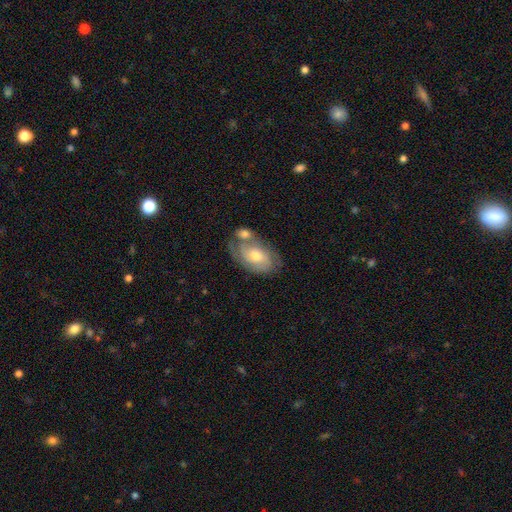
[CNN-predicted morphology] Smooth or featured? featured or disk (58%)
Edge-on disk? no (94%)
Bar? no (68%)
Spiral arms? yes (80%)
Bulge size? moderate (65%)
Merging? none (45%)